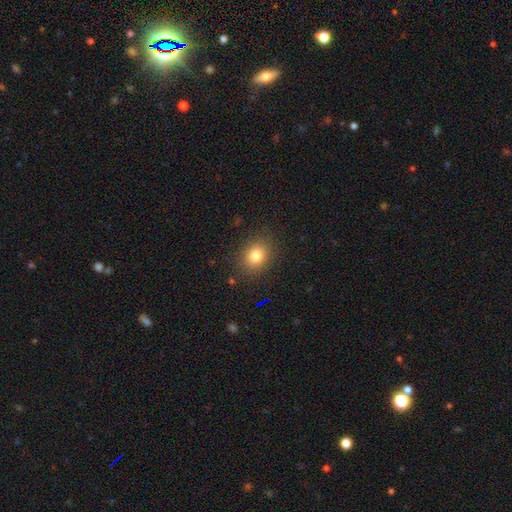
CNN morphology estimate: Smooth or featured?
  - smooth: 80% *
  - star or artifact: 12%
  - featured or disk: 8%
How rounded?
  - round: 61% *
  - in between: 38%
  - cigar-shaped: 1%
Merging?
  - none: 86% *
  - minor disturbance: 9%
  - major disturbance: 3%
  - merger: 1%